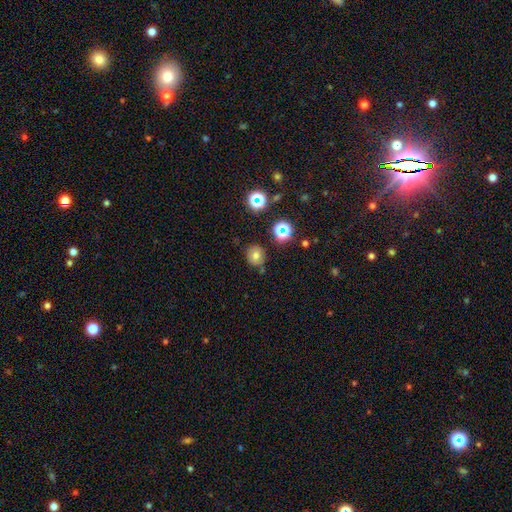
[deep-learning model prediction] A smooth galaxy with no disk features (69%) that is round (79%). Merging: none (78%).